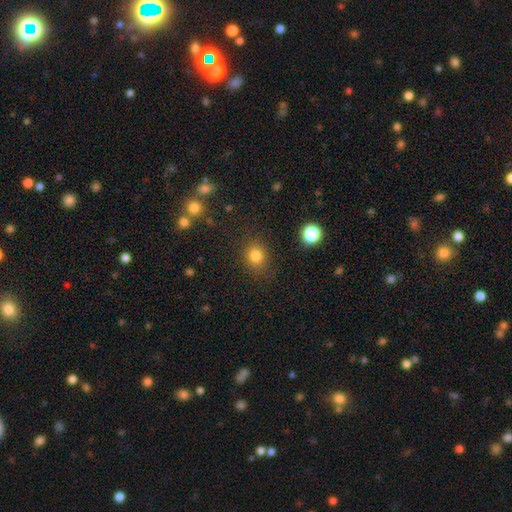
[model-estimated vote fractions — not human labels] Smooth or featured: smooth — 82% (star or artifact — 13%)
How rounded: round — 70% (in between — 29%)
Merging: none — 82% (minor disturbance — 11%)